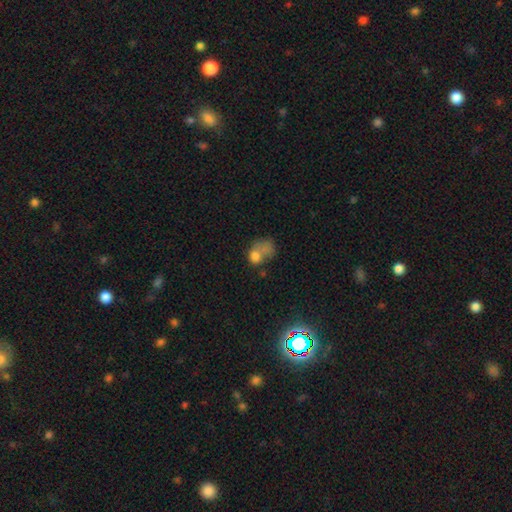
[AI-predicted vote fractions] smooth 70%, featured or disk 18%, star or artifact 12%. Down the decision tree: how rounded — in between (57%); merging — merger (38%).